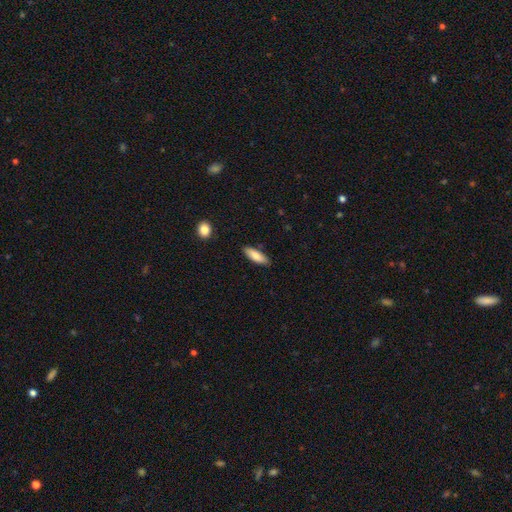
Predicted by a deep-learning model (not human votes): Smooth or featured? smooth (83%)
How rounded? in between (61%)
Merging? none (85%)